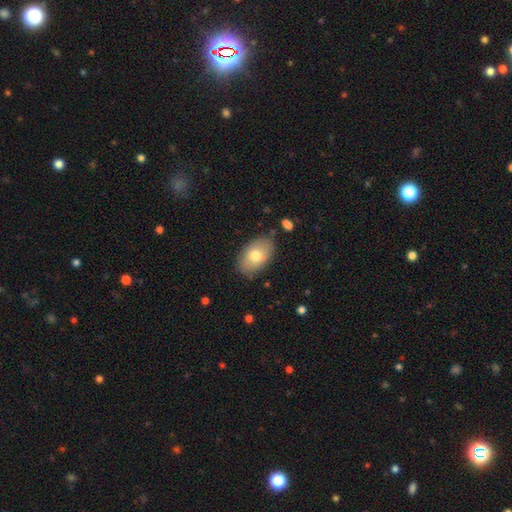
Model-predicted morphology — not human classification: Smooth or featured: smooth — 74% (featured or disk — 19%)
How rounded: in between — 92% (round — 7%)
Merging: none — 84% (minor disturbance — 12%)